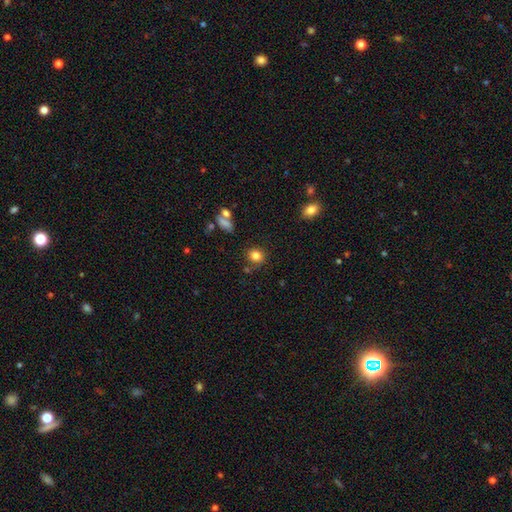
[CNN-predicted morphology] This appears to be a smooth galaxy with no disk features (83%) that is round (74%). Merging: none (78%).